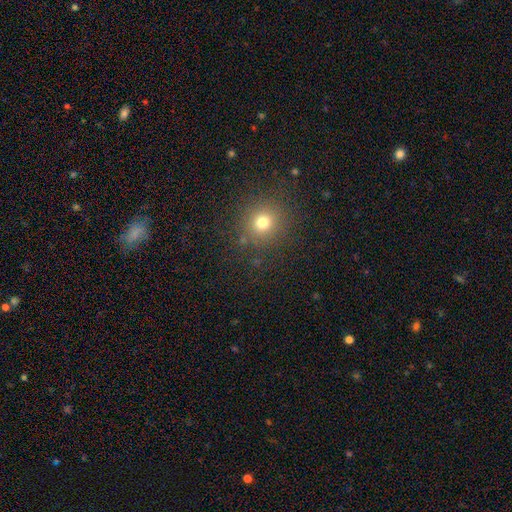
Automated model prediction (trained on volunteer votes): Morphology: type=smooth (64%); roundness=round (92%); merging=none (90%).